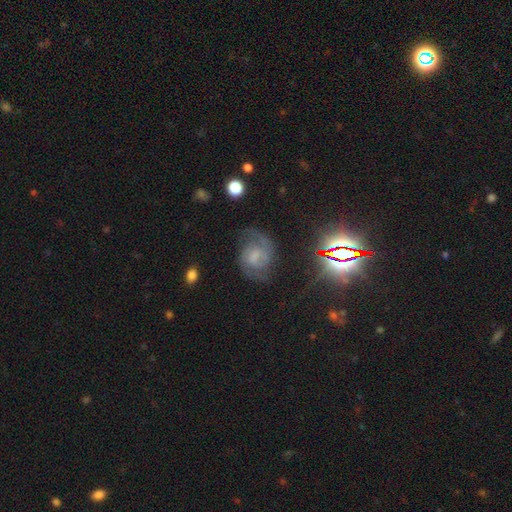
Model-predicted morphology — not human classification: Q: Smooth or featured?
A: featured or disk (72%); runner-up: smooth (15%)
Q: Edge-on disk?
A: no (97%); runner-up: yes (3%)
Q: Bar?
A: weak (48%); runner-up: no (39%)
Q: Spiral arms?
A: yes (93%); runner-up: no (7%)
Q: Spiral winding?
A: medium (53%); runner-up: tight (27%)
Q: Spiral arm count?
A: 2 (84%); runner-up: can't tell (8%)
Q: Bulge size?
A: none (39%); runner-up: moderate (25%)
Q: Merging?
A: none (67%); runner-up: minor disturbance (19%)